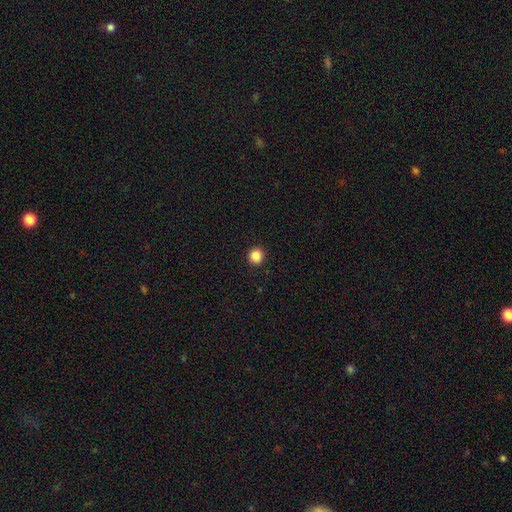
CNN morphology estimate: A smooth galaxy with no disk features (85%) that is round (92%).

Vote fractions:
- Smooth or featured? smooth: 85% / star or artifact: 11% / featured or disk: 4%
- How rounded? round: 92% / in between: 8% / cigar-shaped: 1%
- Merging? none: 93% / minor disturbance: 4% / major disturbance: 2% / merger: 1%